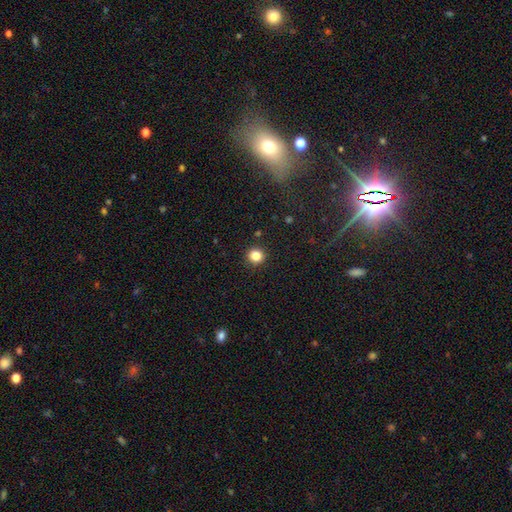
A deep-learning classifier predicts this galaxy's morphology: smooth 84%, star or artifact 12%, featured or disk 4%. Down the decision tree: how rounded — round (93%); merging — none (93%).